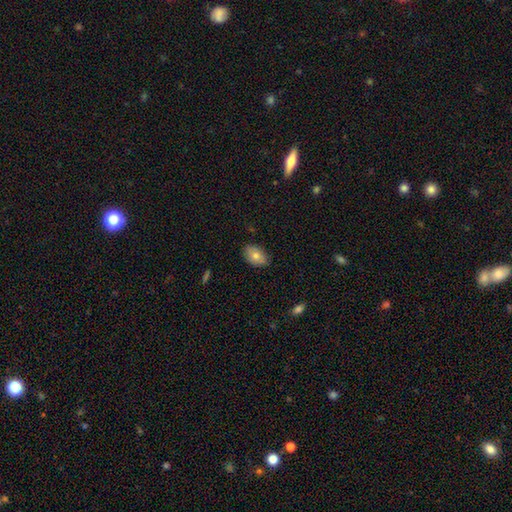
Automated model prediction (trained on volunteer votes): Morphology: type=smooth (79%); roundness=in between (88%); merging=none (81%).